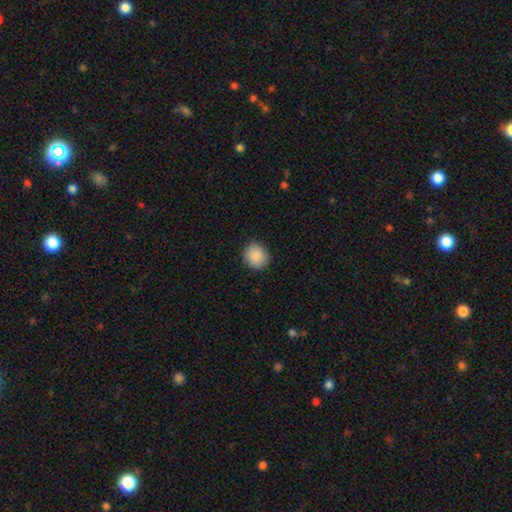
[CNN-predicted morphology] This is clearly a smooth galaxy (89%). How rounded: likely round (78%). Merging: clearly none (89%).